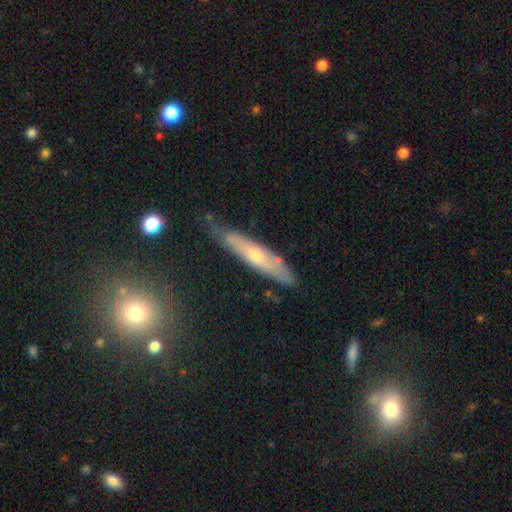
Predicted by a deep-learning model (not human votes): A featured or disk galaxy (58%) viewed edge-on (75%).

Vote fractions:
- Smooth or featured? featured or disk: 58% / smooth: 35% / star or artifact: 7%
- Edge-on disk? yes: 75% / no: 25%
- Merging? none: 70% / minor disturbance: 23% / major disturbance: 4% / merger: 3%